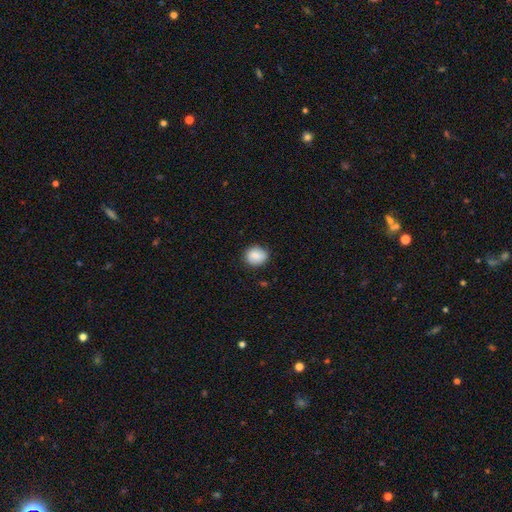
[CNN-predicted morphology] The model was most divided on "how rounded": round: 73%, in between: 26%, cigar-shaped: 1%. More confident: smooth or featured — smooth (85%); merging — none (85%).